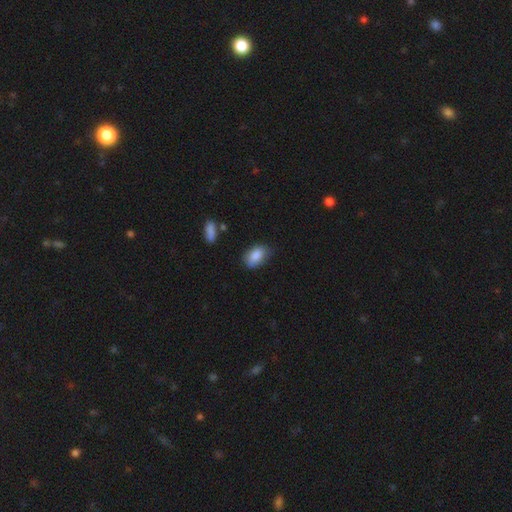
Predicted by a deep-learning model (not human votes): This is clearly a smooth galaxy (86%). How rounded: clearly in between (91%). Merging: likely none (74%).